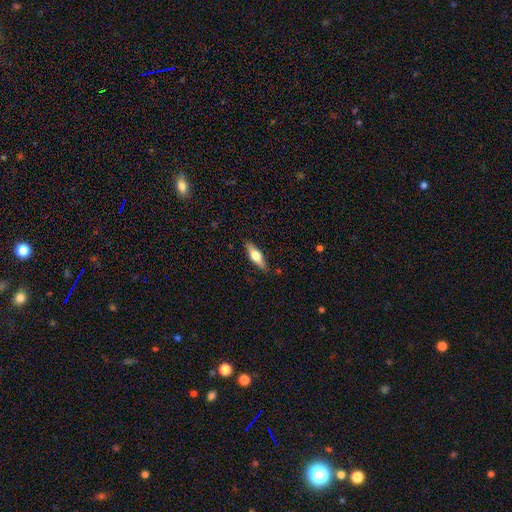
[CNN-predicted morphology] smooth 49%, featured or disk 45%, star or artifact 6%. Down the decision tree: merging — none (85%).